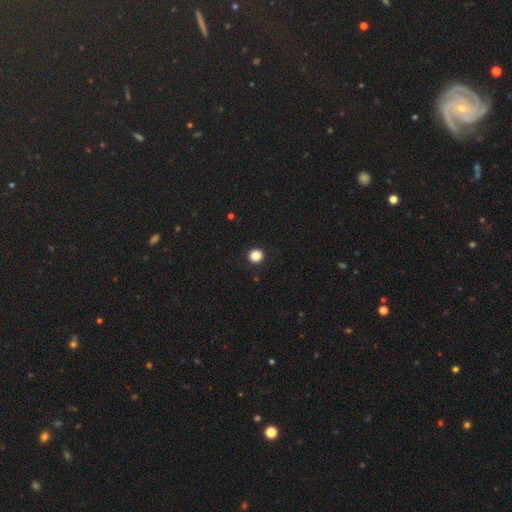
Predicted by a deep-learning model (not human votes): Smooth or featured: smooth — 86% (star or artifact — 11%)
How rounded: round — 92% (in between — 7%)
Merging: none — 93% (minor disturbance — 4%)